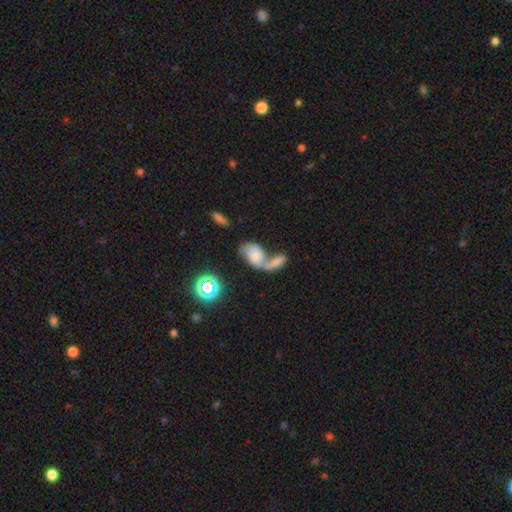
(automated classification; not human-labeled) Smooth or featured? Predicted: smooth (p=0.59). How rounded? Predicted: in between (p=0.87). Merging? Predicted: merger (p=0.70).